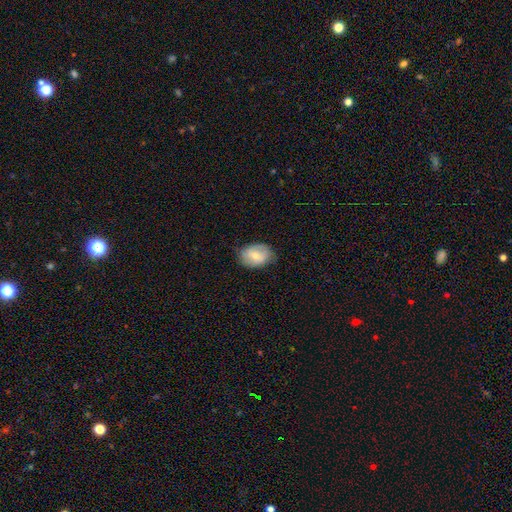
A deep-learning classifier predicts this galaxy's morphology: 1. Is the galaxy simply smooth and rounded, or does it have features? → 62% smooth, 31% featured or disk, 7% star or artifact.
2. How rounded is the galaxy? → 74% in between, 25% round, 1% cigar-shaped.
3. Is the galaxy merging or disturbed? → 72% none, 22% minor disturbance, 5% major disturbance, 1% merger.